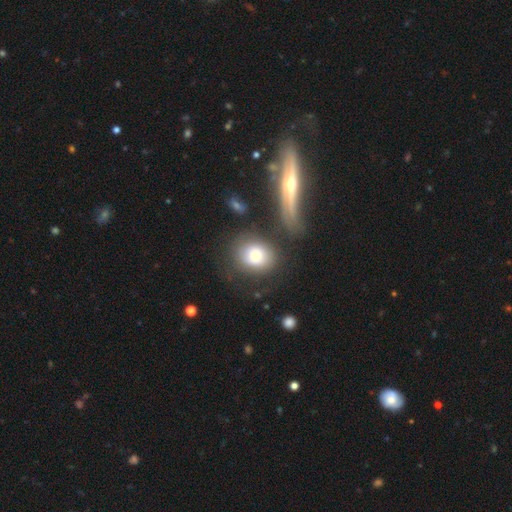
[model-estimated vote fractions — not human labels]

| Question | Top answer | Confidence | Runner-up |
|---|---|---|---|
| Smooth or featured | smooth | 67% | featured or disk (24%) |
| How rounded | round | 65% | in between (34%) |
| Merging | none | 62% | minor disturbance (16%) |